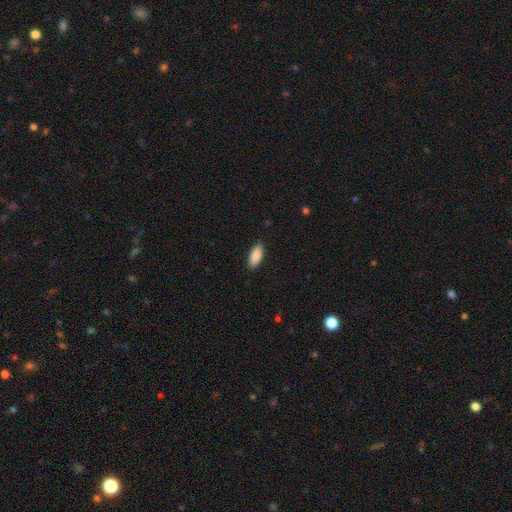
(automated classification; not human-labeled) This is clearly a smooth galaxy (90%). How rounded: clearly in between (84%). Merging: clearly none (89%).